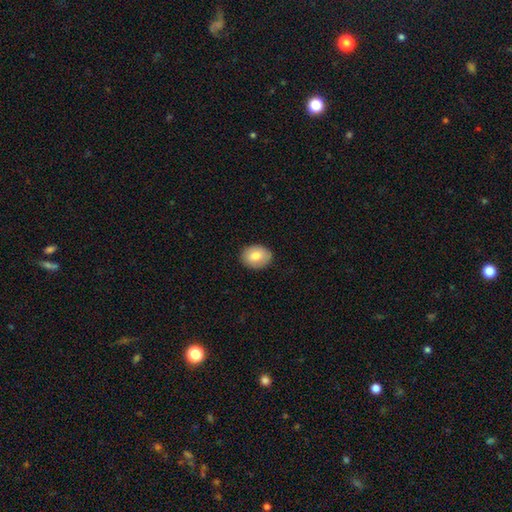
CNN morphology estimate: Smooth or featured: smooth — 79% (featured or disk — 14%)
How rounded: in between — 56% (round — 43%)
Merging: none — 87% (minor disturbance — 10%)